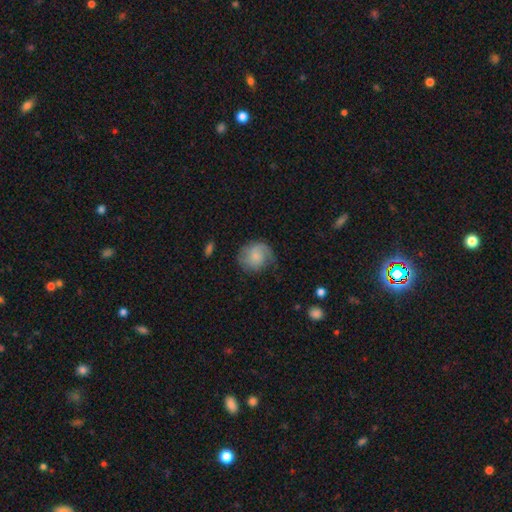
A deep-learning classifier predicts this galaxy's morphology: Smooth or featured?
  - smooth: 50% *
  - featured or disk: 43%
  - star or artifact: 7%
Merging?
  - none: 54% *
  - minor disturbance: 28%
  - major disturbance: 17%
  - merger: 2%